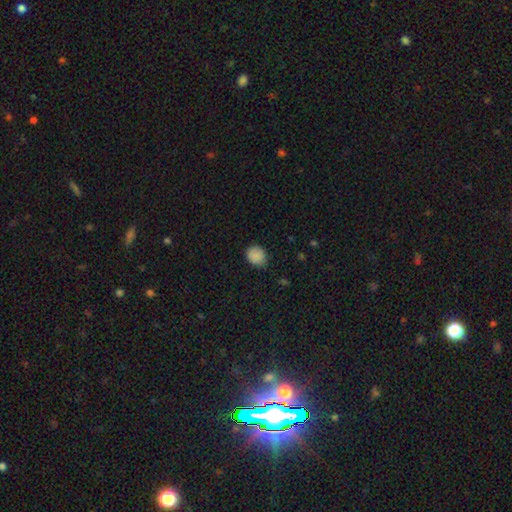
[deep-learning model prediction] smooth-or-featured: smooth: 87% | star or artifact: 9% | featured or disk: 4%
  how-rounded: round: 71% | in between: 29% | cigar-shaped: 1%
  merging: none: 79% | minor disturbance: 17% | major disturbance: 3% | merger: 1%